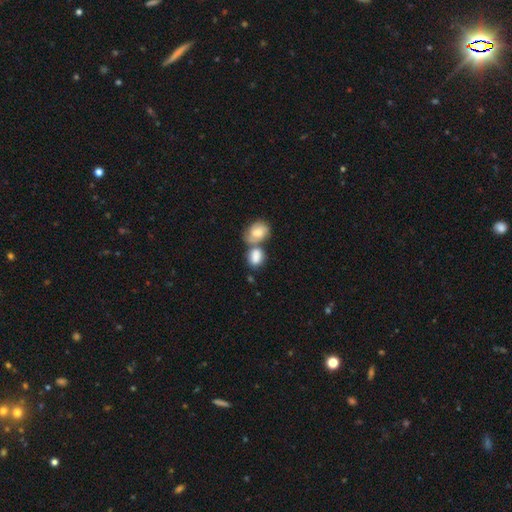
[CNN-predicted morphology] Smooth or featured? smooth (75%)
How rounded? in between (70%)
Merging? merger (54%)